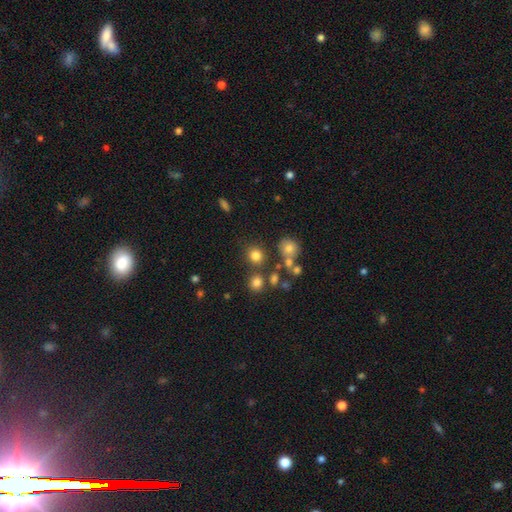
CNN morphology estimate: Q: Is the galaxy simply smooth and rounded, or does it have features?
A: smooth — 78%.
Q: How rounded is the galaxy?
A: round — 84%.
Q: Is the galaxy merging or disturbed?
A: none — 76%.